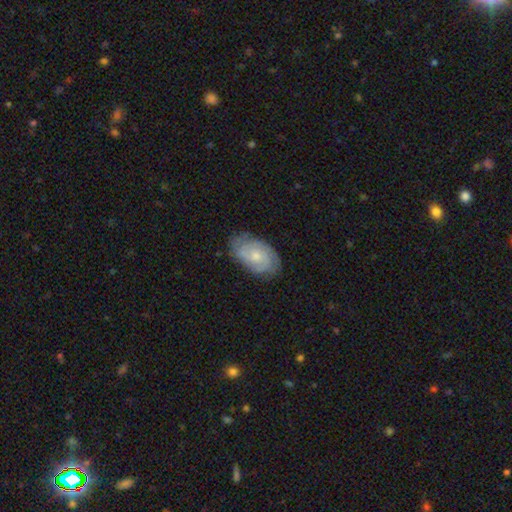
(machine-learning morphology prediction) A featured or disk galaxy (66%) with no bar (73%), 2 (38%) tight (58%) spiral arms (90%) and a small central bulge (53%). Merging: none (74%).